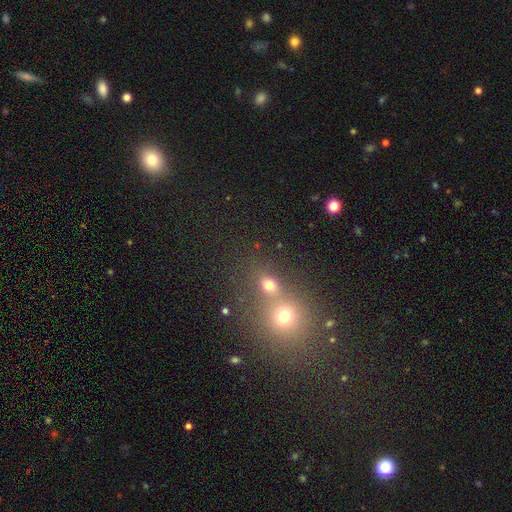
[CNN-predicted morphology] The model was most divided on "smooth or featured": smooth: 49%, star or artifact: 40%, featured or disk: 11%. More confident: merging — none (53%).